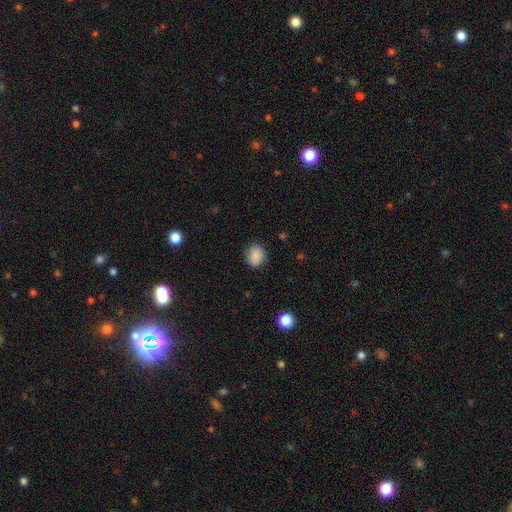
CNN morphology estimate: Overall: smooth (87%). How rounded: round (62%; in between 37%). Merging: none (83%).